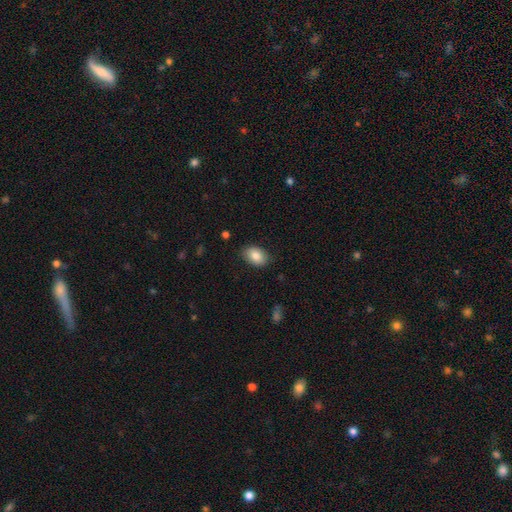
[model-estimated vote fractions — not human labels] smooth_or_featured: smooth (p=0.84) [alt: featured or disk p=0.08]
how_rounded: in between (p=0.85) [alt: round p=0.14]
merging: none (p=0.84) [alt: minor disturbance p=0.12]